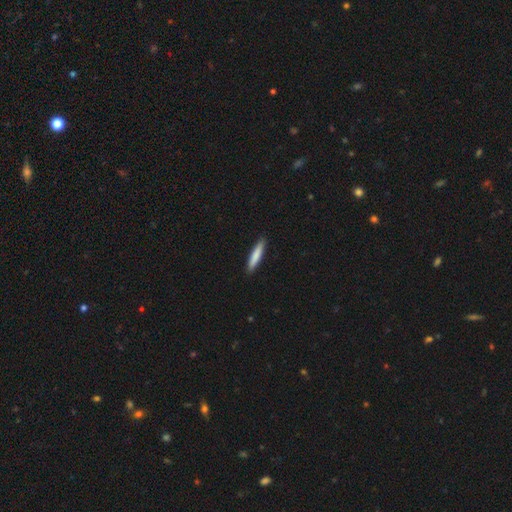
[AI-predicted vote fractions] Overall: smooth (81%). How rounded: cigar-shaped (90%). Merging: none (90%).